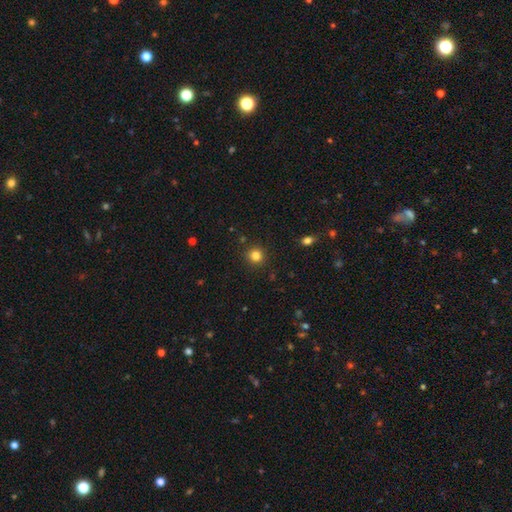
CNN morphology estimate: smooth_or_featured: smooth (p=0.82) [alt: star or artifact p=0.13]
how_rounded: round (p=0.93) [alt: in between p=0.06]
merging: none (p=0.91) [alt: minor disturbance p=0.06]